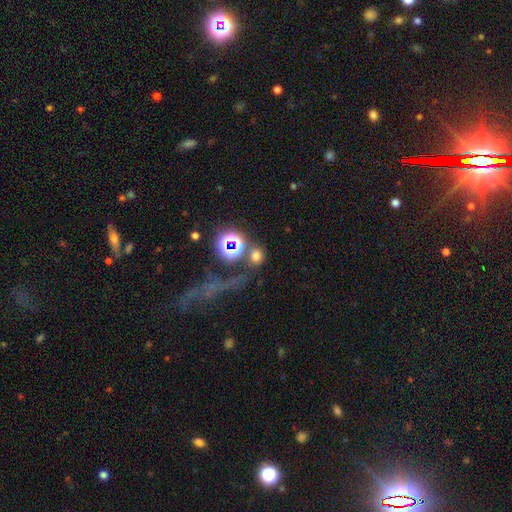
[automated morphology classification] Overall: smooth (63%; star or artifact 28%). How rounded: round (69%). Merging: none (69%).